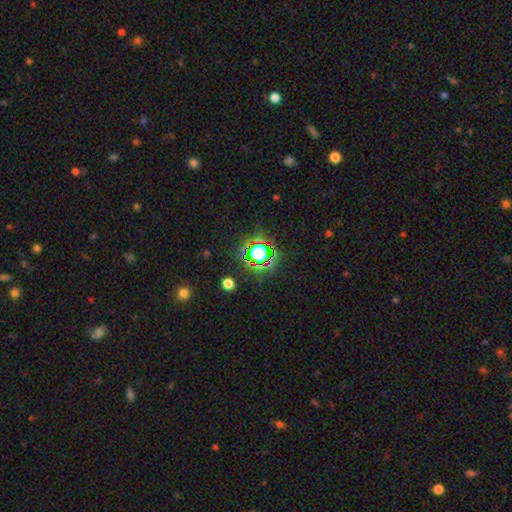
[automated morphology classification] type=star or artifact (65%).